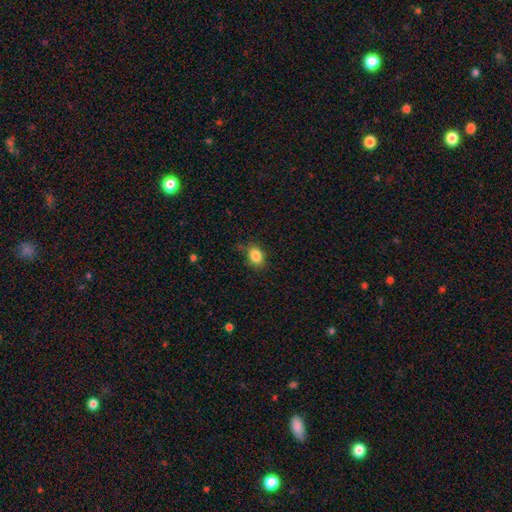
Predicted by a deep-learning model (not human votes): smooth_or_featured: smooth (p=0.86) [alt: star or artifact p=0.09]
how_rounded: in between (p=0.69) [alt: round p=0.29]
merging: none (p=0.77) [alt: minor disturbance p=0.17]